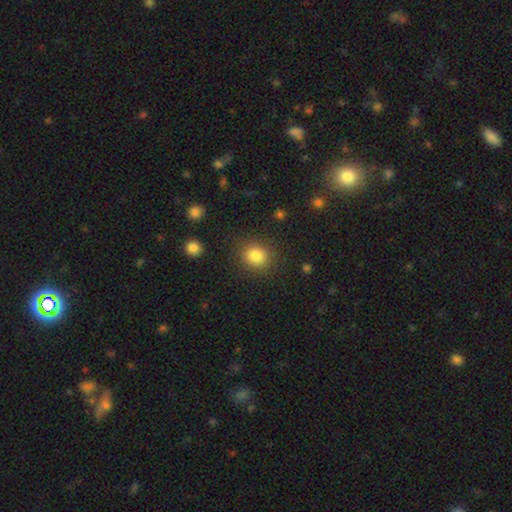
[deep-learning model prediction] A smooth galaxy with no disk features (83%) that is round (74%). Merging: none (87%).